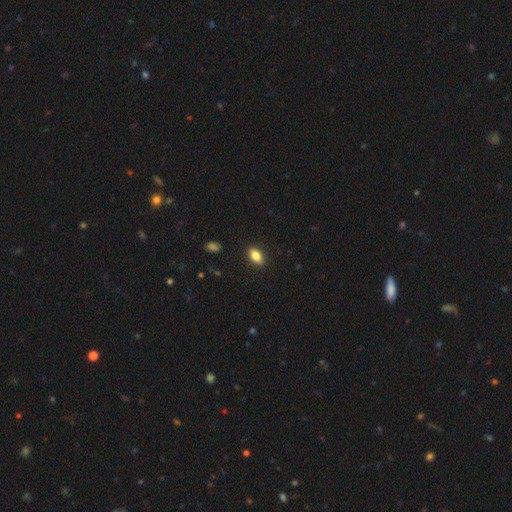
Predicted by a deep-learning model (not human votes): A smooth galaxy with no disk features (80%) that is in between round and cigar-shaped (86%). Merging: none (89%).